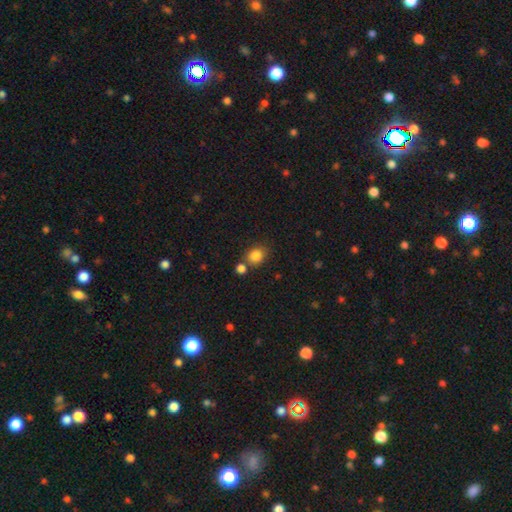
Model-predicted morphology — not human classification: smooth 85%, star or artifact 10%, featured or disk 5%. Down the decision tree: how rounded — round (64%); merging — none (64%).